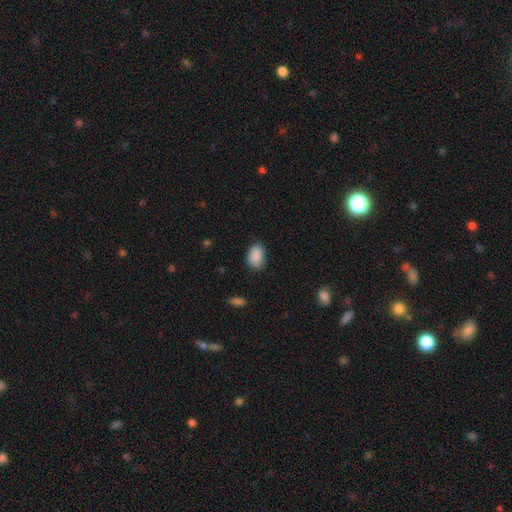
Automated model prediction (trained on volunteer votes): smooth-or-featured: smooth: 89% | star or artifact: 7% | featured or disk: 4%
  how-rounded: in between: 85% | round: 14% | cigar-shaped: 1%
  merging: none: 75% | minor disturbance: 20% | major disturbance: 4% | merger: 1%